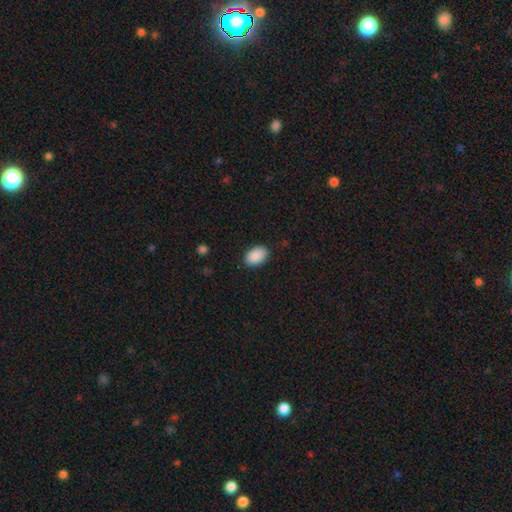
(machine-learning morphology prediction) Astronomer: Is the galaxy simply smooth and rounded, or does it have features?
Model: smooth — 90%.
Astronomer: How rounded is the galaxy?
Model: in between — 89%.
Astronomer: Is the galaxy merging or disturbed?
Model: none — 88%.